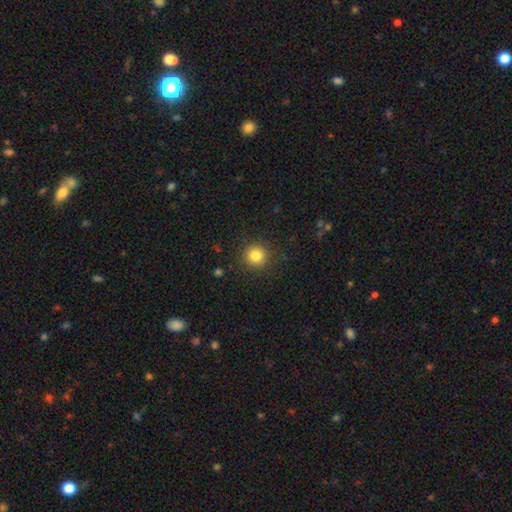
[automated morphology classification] Smooth or featured?
  - smooth: 83% *
  - star or artifact: 11%
  - featured or disk: 5%
How rounded?
  - round: 94% *
  - in between: 5%
  - cigar-shaped: 1%
Merging?
  - none: 90% *
  - minor disturbance: 7%
  - major disturbance: 3%
  - merger: 1%